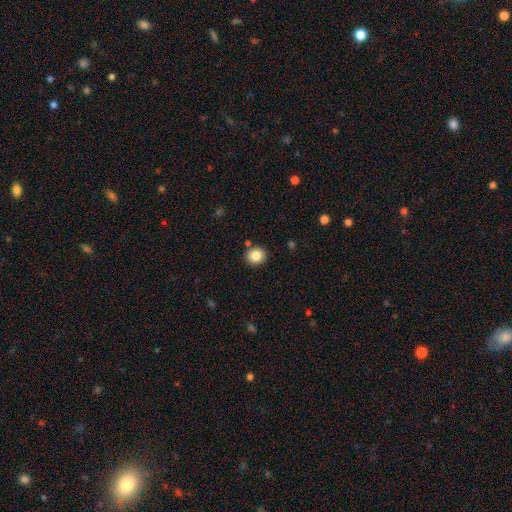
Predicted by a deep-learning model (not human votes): Smooth or featured: smooth — 84% (star or artifact — 10%)
How rounded: round — 78% (in between — 21%)
Merging: none — 88% (minor disturbance — 7%)